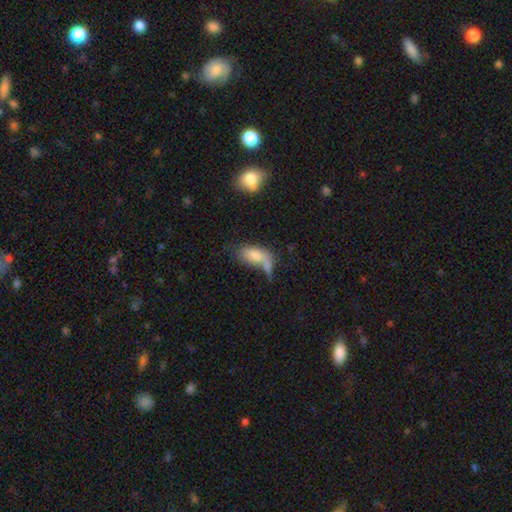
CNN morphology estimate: Overall: smooth (76%). How rounded: in between (88%). Merging: merger (33%, tied with none).